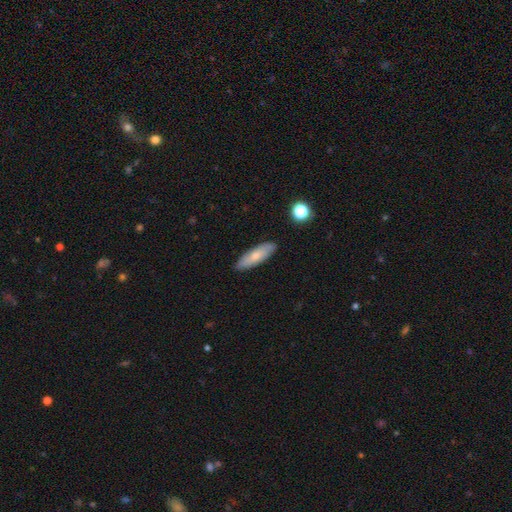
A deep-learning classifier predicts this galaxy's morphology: Q: Smooth or featured?
A: smooth (71%); runner-up: featured or disk (23%)
Q: How rounded?
A: cigar-shaped (50%); runner-up: in between (48%)
Q: Merging?
A: none (88%); runner-up: minor disturbance (9%)